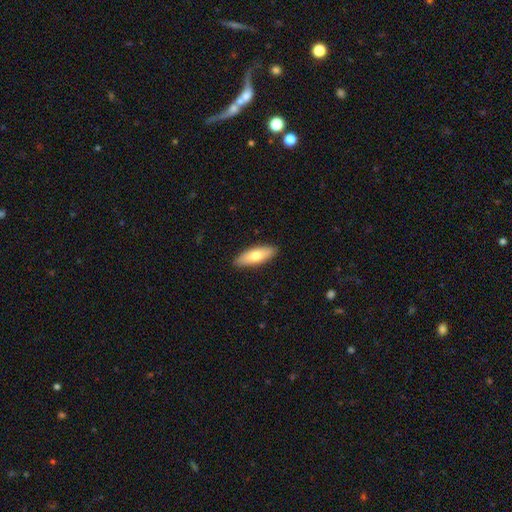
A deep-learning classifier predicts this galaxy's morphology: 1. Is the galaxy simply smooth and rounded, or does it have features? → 71% smooth, 23% featured or disk, 6% star or artifact.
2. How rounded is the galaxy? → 63% in between, 34% cigar-shaped, 2% round.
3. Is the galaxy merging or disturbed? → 89% none, 8% minor disturbance, 2% major disturbance, 1% merger.